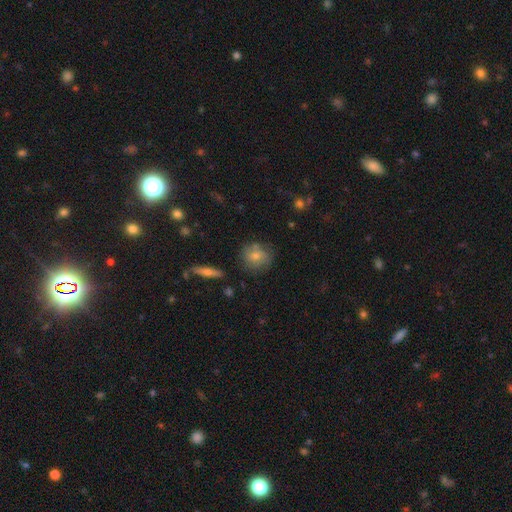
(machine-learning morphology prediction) Smooth or featured: smooth — 68% (featured or disk — 24%)
How rounded: round — 80% (in between — 18%)
Merging: none — 72% (minor disturbance — 18%)